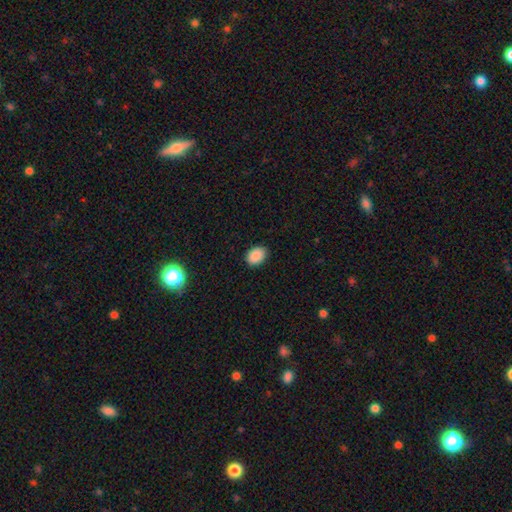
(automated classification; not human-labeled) Morphology: type=smooth (89%); roundness=in between (73%); merging=none (89%).